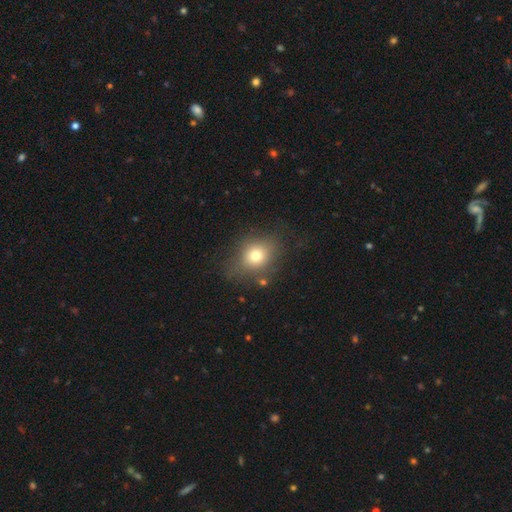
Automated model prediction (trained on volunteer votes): This appears to be a smooth galaxy with no disk features (71%) that is round (67%). Merging: none (70%).